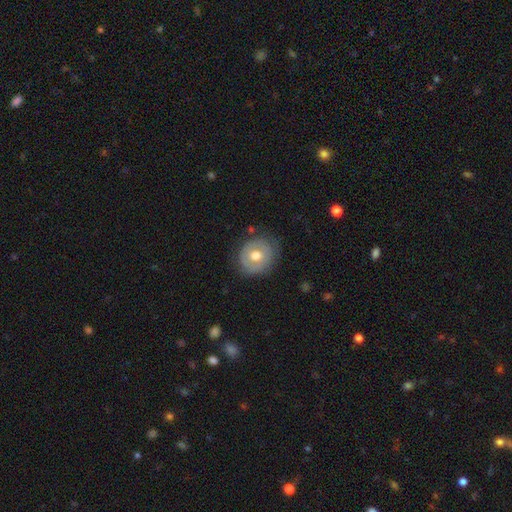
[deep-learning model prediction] A smooth galaxy with no disk features (51%) that is round (76%).

Vote fractions:
- Smooth or featured? smooth: 51% / featured or disk: 42% / star or artifact: 6%
- How rounded? round: 76% / in between: 23% / cigar-shaped: 1%
- Merging? none: 77% / minor disturbance: 17% / major disturbance: 5% / merger: 1%